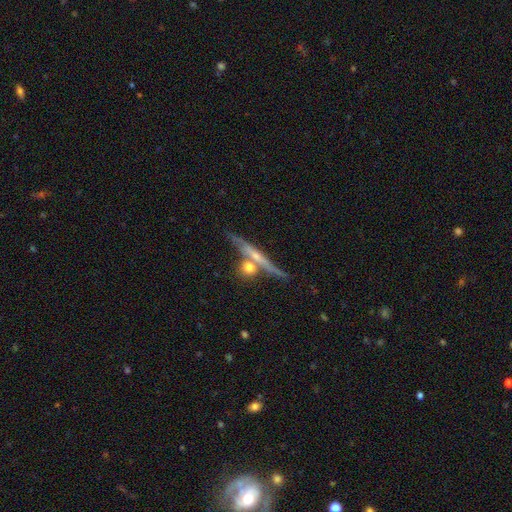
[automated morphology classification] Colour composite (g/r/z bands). It shows a featured or disk galaxy (74%) viewed edge-on (95%) with a rounded central bulge (66%). Merging: none (71%).